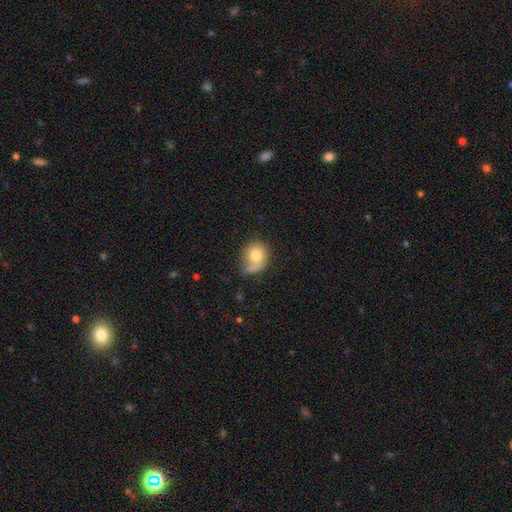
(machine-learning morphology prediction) Smooth or featured? Predicted: smooth (p=0.77). How rounded? Predicted: round (p=0.76). Merging? Predicted: none (p=0.44).